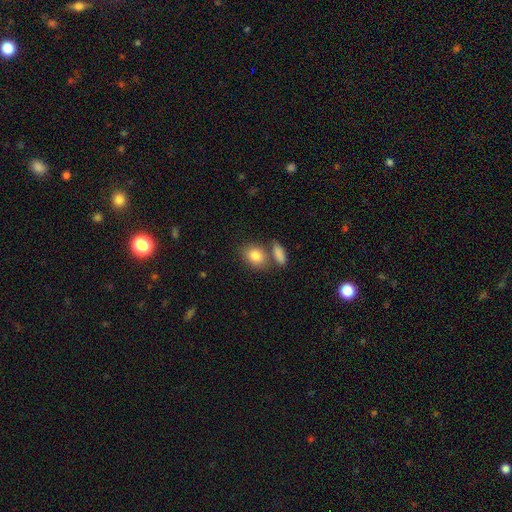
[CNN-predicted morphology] This is clearly a smooth galaxy (84%). How rounded: likely in between (65%). Merging: possibly none (59%).